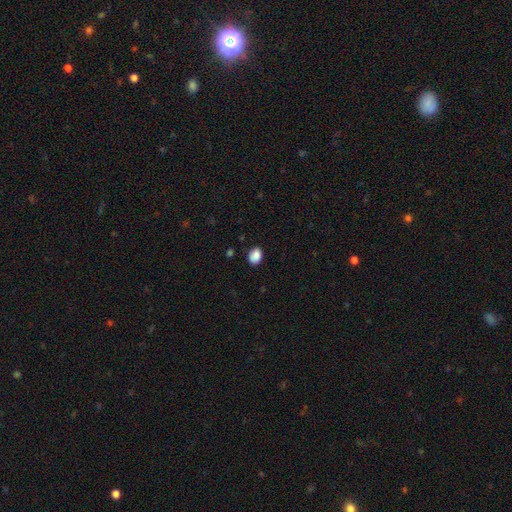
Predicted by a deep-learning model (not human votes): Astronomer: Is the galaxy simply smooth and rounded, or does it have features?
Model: smooth — 86%.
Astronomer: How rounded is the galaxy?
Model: in between — 65%.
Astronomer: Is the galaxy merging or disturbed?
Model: none — 78%.